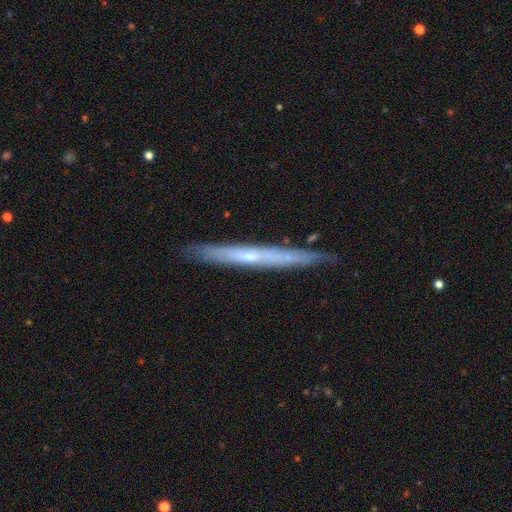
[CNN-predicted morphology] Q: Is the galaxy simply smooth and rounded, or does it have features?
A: featured or disk — 64%.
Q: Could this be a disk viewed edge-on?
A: yes — 94%.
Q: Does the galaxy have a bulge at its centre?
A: none — 57%.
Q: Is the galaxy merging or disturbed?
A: none — 87%.